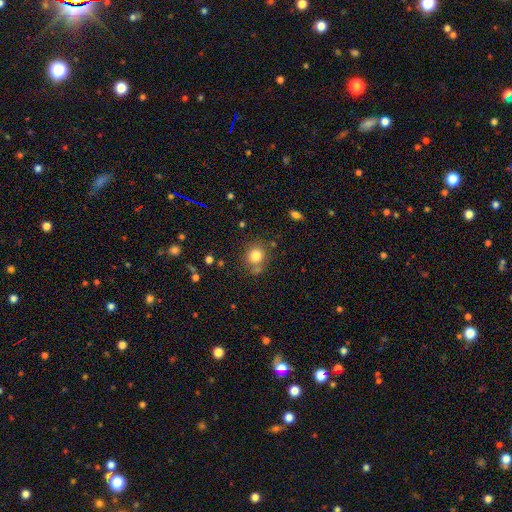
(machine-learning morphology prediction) type=smooth (80%); roundness=round (85%); merging=none (73%).